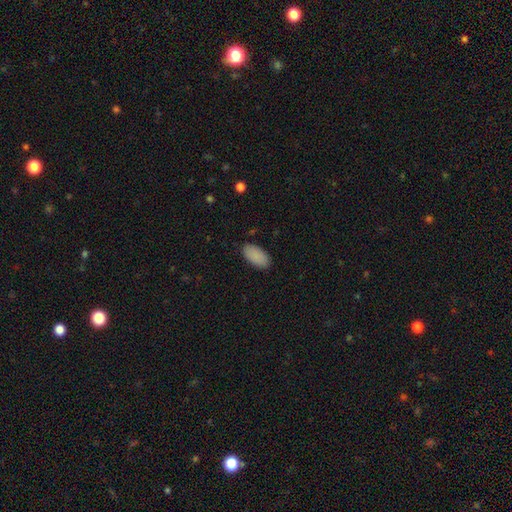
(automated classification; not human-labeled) smooth-or-featured: smooth: 89% | star or artifact: 6% | featured or disk: 4%
  how-rounded: in between: 95% | cigar-shaped: 3% | round: 2%
  merging: none: 86% | minor disturbance: 10% | major disturbance: 2% | merger: 1%